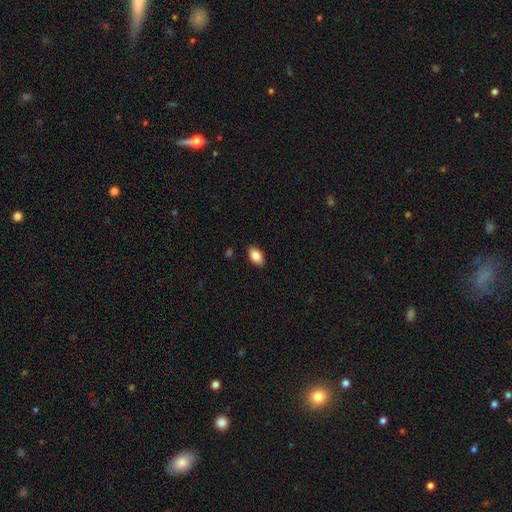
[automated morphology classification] Overall: smooth (87%). How rounded: in between (93%). Merging: none (88%).